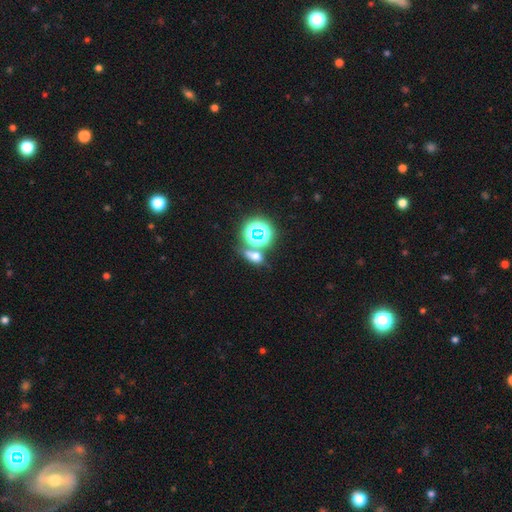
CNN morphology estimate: smooth 52%, star or artifact 36%, featured or disk 12%. Down the decision tree: how rounded — in between (58%); merging — none (59%).